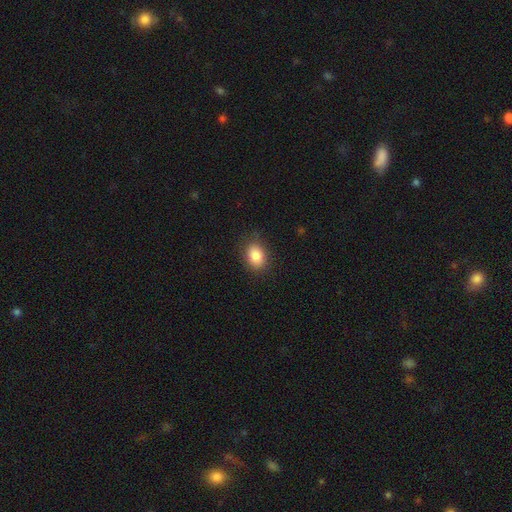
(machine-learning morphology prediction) This appears to be a smooth galaxy with no disk features (86%) that is in between round and cigar-shaped (74%). Merging: none (82%).